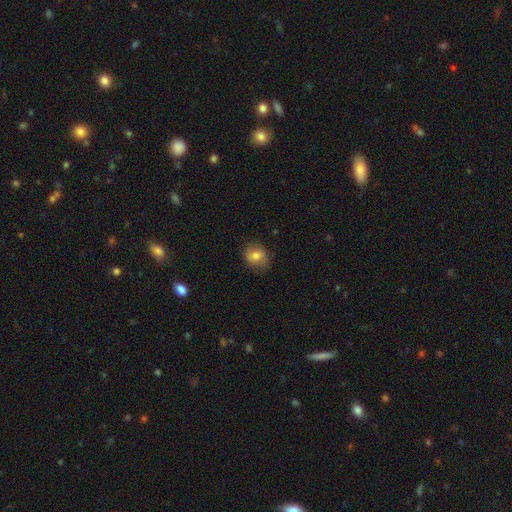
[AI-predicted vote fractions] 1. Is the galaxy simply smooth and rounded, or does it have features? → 74% smooth, 17% featured or disk, 9% star or artifact.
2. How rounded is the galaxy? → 62% round, 37% in between, 1% cigar-shaped.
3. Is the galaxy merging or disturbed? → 77% none, 17% minor disturbance, 5% major disturbance, 1% merger.